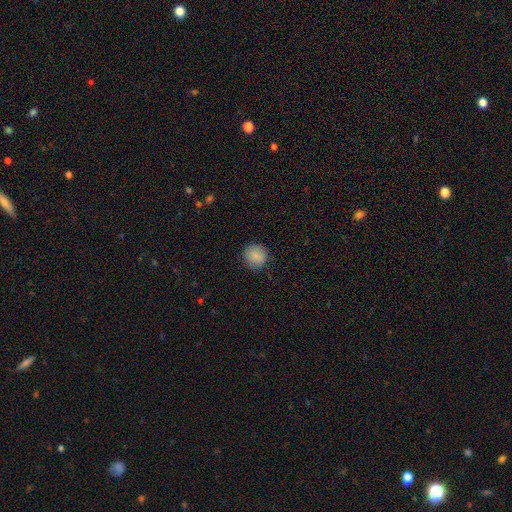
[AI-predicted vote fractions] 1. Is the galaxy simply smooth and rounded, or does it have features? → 87% smooth, 9% star or artifact, 5% featured or disk.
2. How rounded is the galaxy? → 91% round, 8% in between, 1% cigar-shaped.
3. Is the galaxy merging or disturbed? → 87% none, 9% minor disturbance, 3% major disturbance, 1% merger.